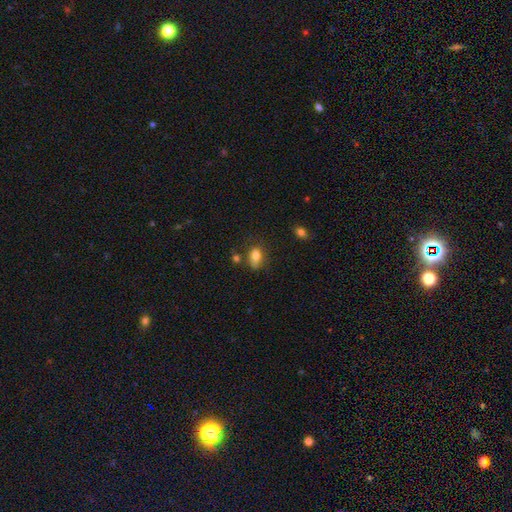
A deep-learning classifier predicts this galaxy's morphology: This is likely a smooth galaxy (80%). How rounded: clearly in between (83%). Merging: possibly none (57%).